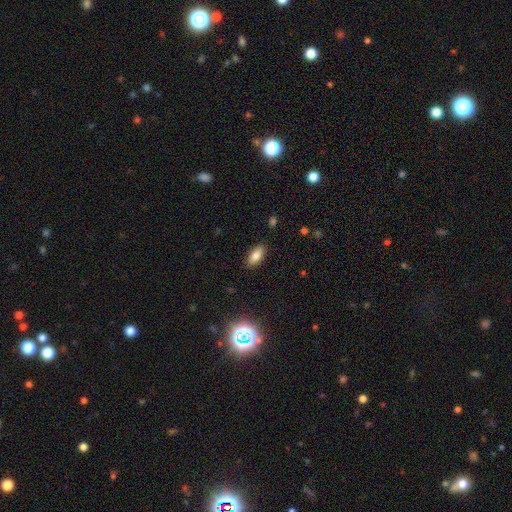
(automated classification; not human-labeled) smooth_or_featured: smooth (p=0.76) [alt: featured or disk p=0.15]
how_rounded: in between (p=0.81) [alt: cigar-shaped p=0.16]
merging: none (p=0.87) [alt: minor disturbance p=0.09]